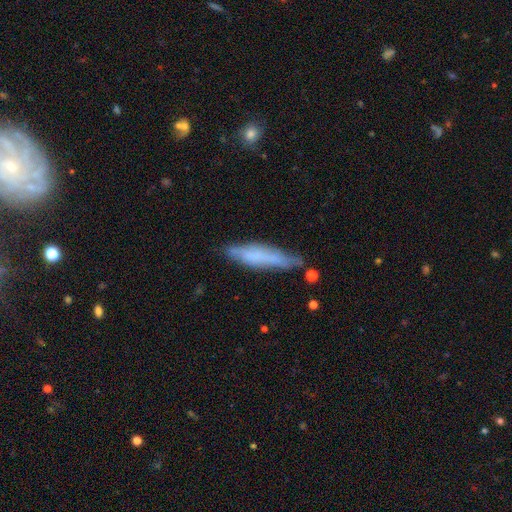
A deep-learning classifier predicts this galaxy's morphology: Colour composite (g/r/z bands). It shows a smooth galaxy with no disk features (58%) that is cigar-shaped (83%). Merging: none (65%).